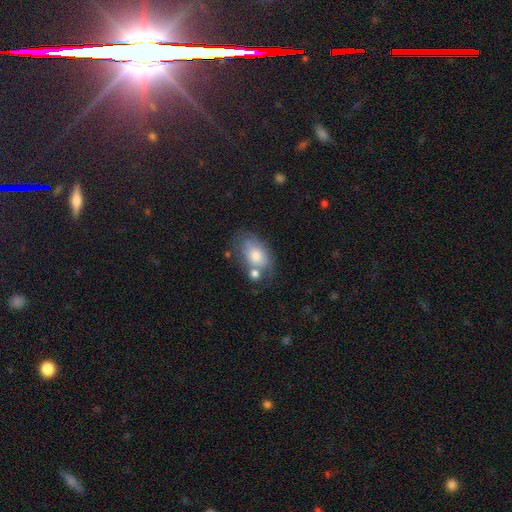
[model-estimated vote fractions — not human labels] A smooth galaxy with no disk features (70%) that is in between round and cigar-shaped (87%). Merging: none (50%).